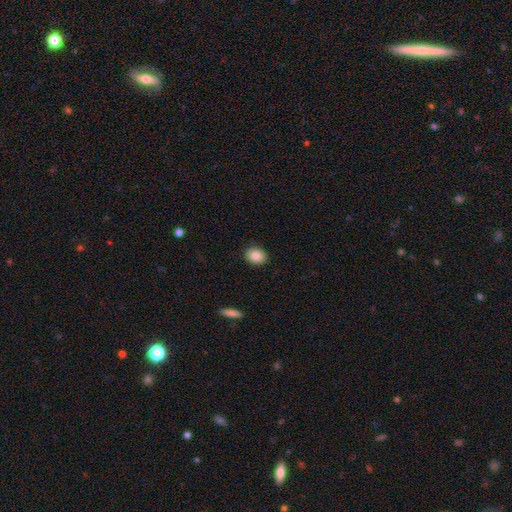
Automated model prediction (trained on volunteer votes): Smooth or featured? Predicted: smooth (p=0.84). How rounded? Predicted: in between (p=0.55). Merging? Predicted: none (p=0.89).